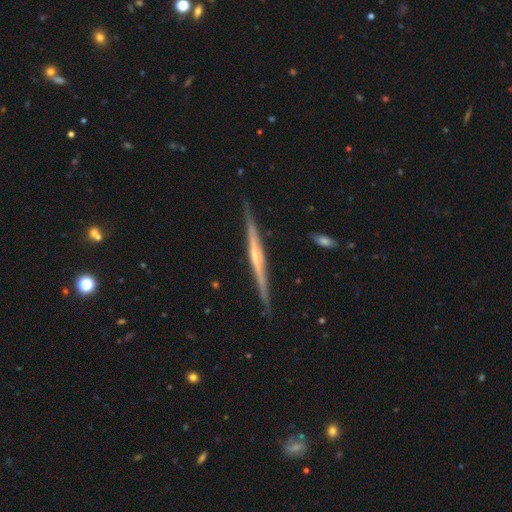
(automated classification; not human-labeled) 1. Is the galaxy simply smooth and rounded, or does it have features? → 77% featured or disk, 18% smooth, 5% star or artifact.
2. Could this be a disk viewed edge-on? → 98% yes, 2% no.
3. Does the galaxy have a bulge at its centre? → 45% none, 42% rounded, 13% boxy.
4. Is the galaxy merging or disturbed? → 88% none, 9% minor disturbance, 2% major disturbance, 1% merger.